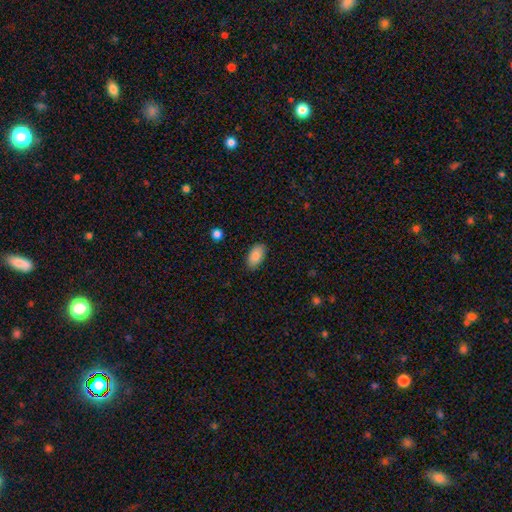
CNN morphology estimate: type=smooth (87%); roundness=in between (94%); merging=none (86%).